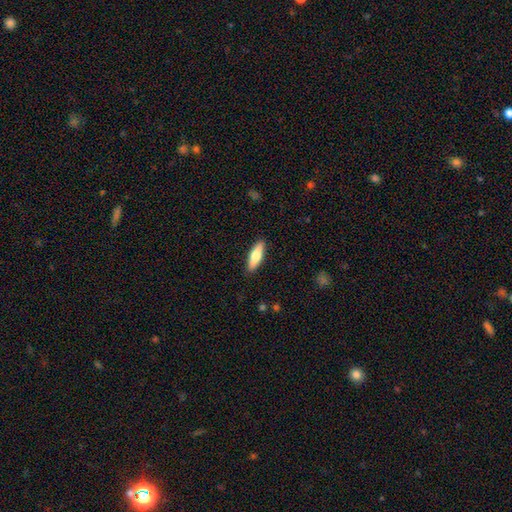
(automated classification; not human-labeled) smooth_or_featured: smooth (p=0.67) [alt: featured or disk p=0.27]
how_rounded: cigar-shaped (p=0.57) [alt: in between p=0.41]
merging: none (p=0.89) [alt: minor disturbance p=0.08]